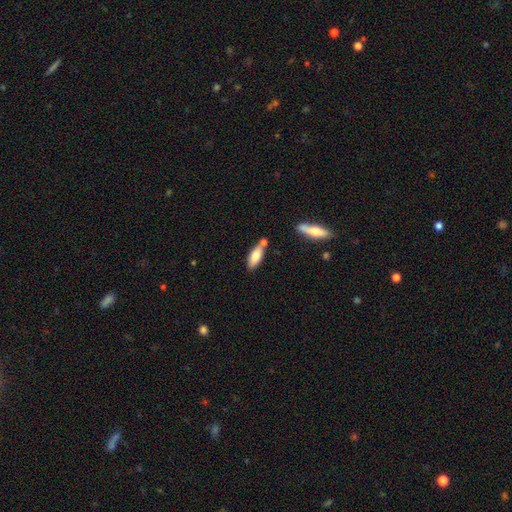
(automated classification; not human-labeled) smooth_or_featured: smooth (p=0.79) [alt: featured or disk p=0.16]
how_rounded: in between (p=0.68) [alt: cigar-shaped p=0.30]
merging: none (p=0.62) [alt: merger p=0.19]